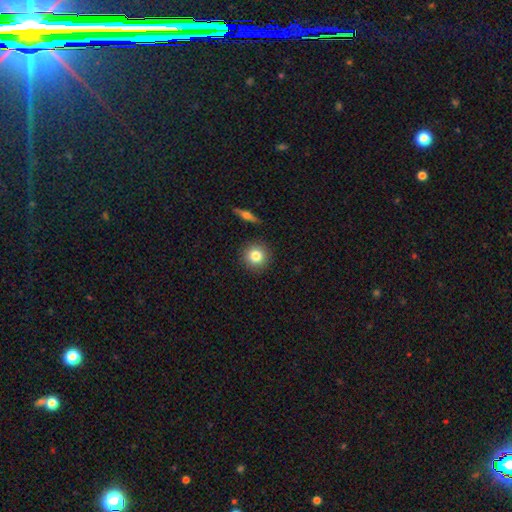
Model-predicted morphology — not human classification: Smooth or featured?
  - smooth: 81% *
  - star or artifact: 9%
  - featured or disk: 9%
How rounded?
  - round: 94% *
  - in between: 5%
  - cigar-shaped: 1%
Merging?
  - none: 90% *
  - minor disturbance: 6%
  - merger: 2%
  - major disturbance: 2%